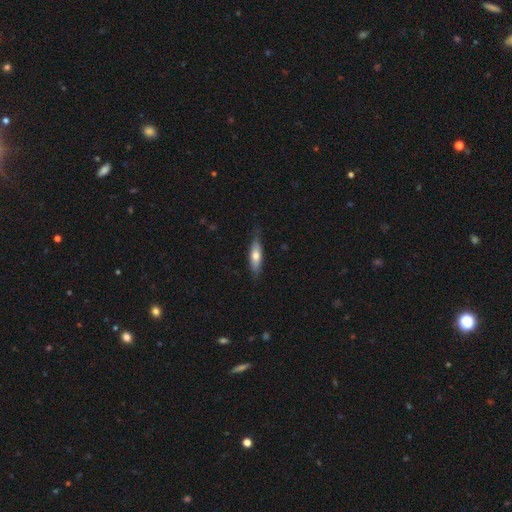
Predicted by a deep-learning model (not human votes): Smooth or featured?
  - smooth: 66% *
  - featured or disk: 28%
  - star or artifact: 6%
How rounded?
  - cigar-shaped: 54% *
  - in between: 44%
  - round: 2%
Merging?
  - none: 77% *
  - minor disturbance: 19%
  - major disturbance: 3%
  - merger: 1%